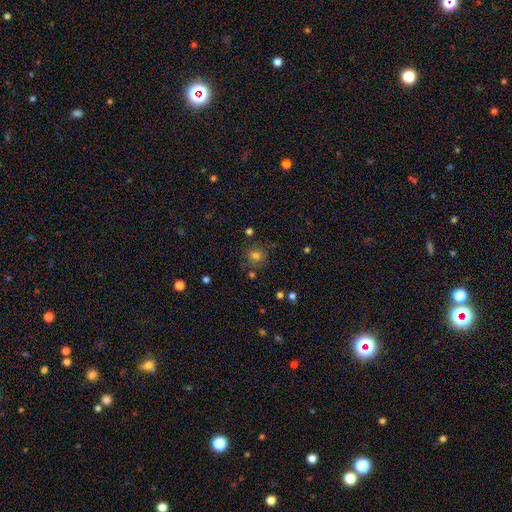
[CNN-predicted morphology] smooth_or_featured: smooth (p=0.72) [alt: star or artifact p=0.17]
how_rounded: round (p=0.80) [alt: in between p=0.19]
merging: none (p=0.75) [alt: minor disturbance p=0.15]